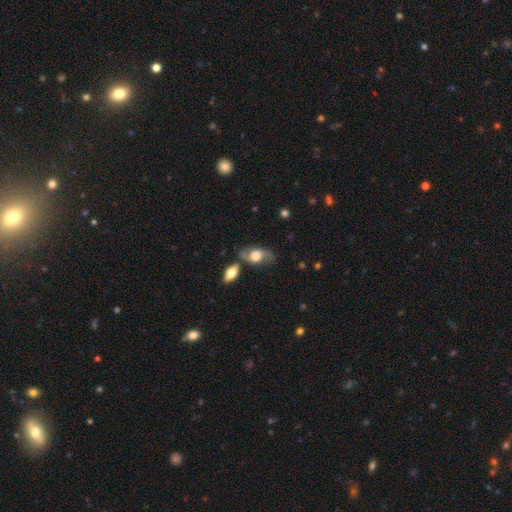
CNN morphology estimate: The model was most divided on "smooth or featured": featured or disk: 50%, smooth: 42%, star or artifact: 8%. More confident: merging — none (57%).